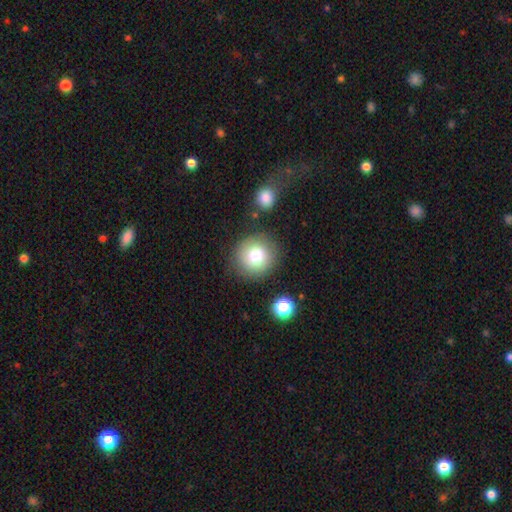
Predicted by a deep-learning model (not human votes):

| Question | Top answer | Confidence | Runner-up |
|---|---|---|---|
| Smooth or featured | smooth | 78% | star or artifact (11%) |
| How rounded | round | 94% | in between (5%) |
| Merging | none | 83% | minor disturbance (9%) |